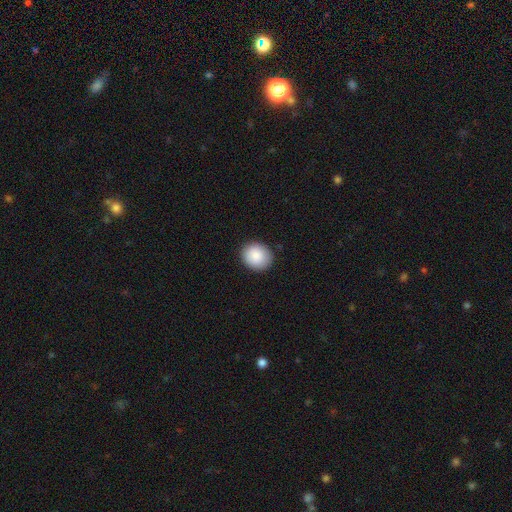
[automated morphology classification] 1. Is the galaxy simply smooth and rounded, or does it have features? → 88% smooth, 7% star or artifact, 5% featured or disk.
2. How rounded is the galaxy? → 72% round, 28% in between, 1% cigar-shaped.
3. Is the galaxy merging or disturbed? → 88% none, 9% minor disturbance, 2% major disturbance, 1% merger.